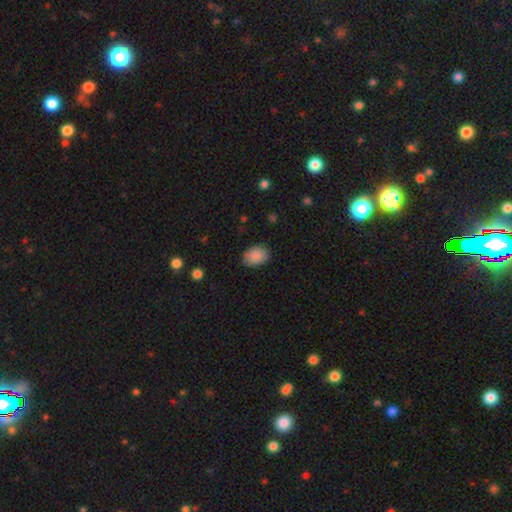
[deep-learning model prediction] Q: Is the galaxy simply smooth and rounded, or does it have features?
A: smooth — 88%.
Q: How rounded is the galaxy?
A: in between — 76%.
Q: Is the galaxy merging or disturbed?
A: none — 80%.